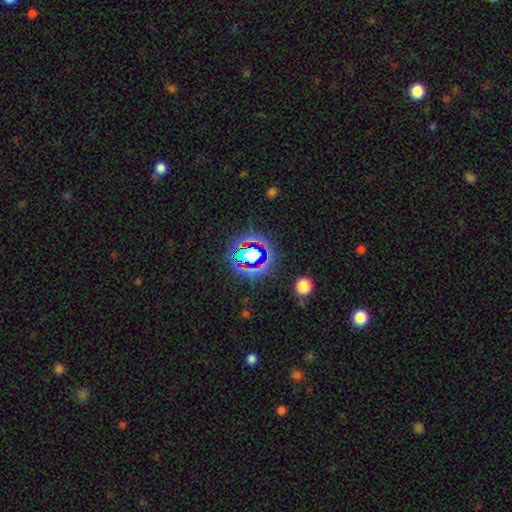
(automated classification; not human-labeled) This is likely a star or artifact rather than a galaxy (63%).